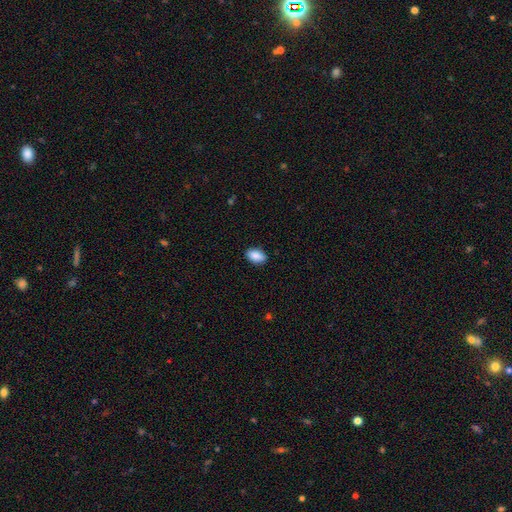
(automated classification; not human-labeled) Smooth or featured?
  - smooth: 88% *
  - star or artifact: 7%
  - featured or disk: 5%
How rounded?
  - in between: 91% *
  - round: 7%
  - cigar-shaped: 2%
Merging?
  - none: 86% *
  - minor disturbance: 10%
  - major disturbance: 2%
  - merger: 1%